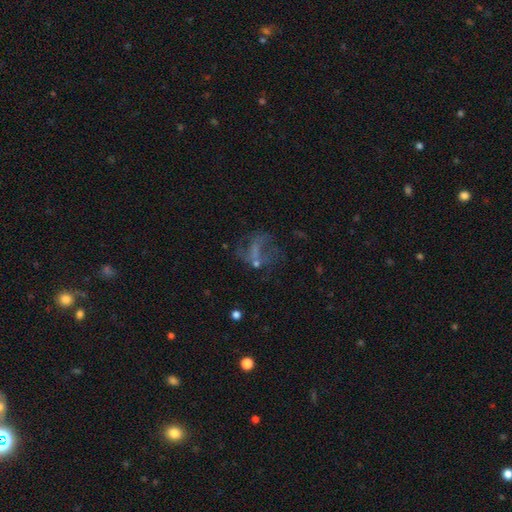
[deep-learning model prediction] A featured or disk galaxy (51%). Merging: major disturbance (38%, tied with none).